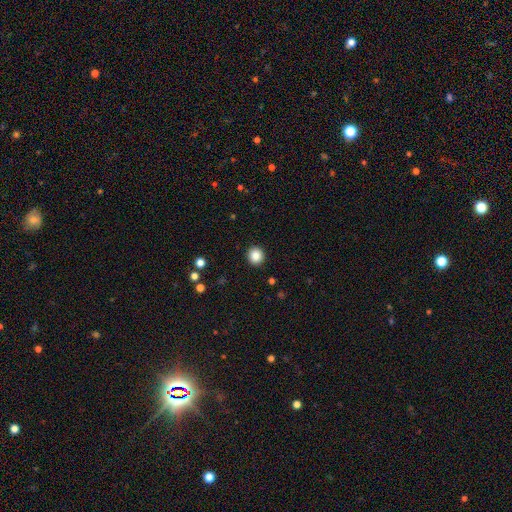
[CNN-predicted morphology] A smooth galaxy with no disk features (86%) that is round (93%). Merging: none (93%).